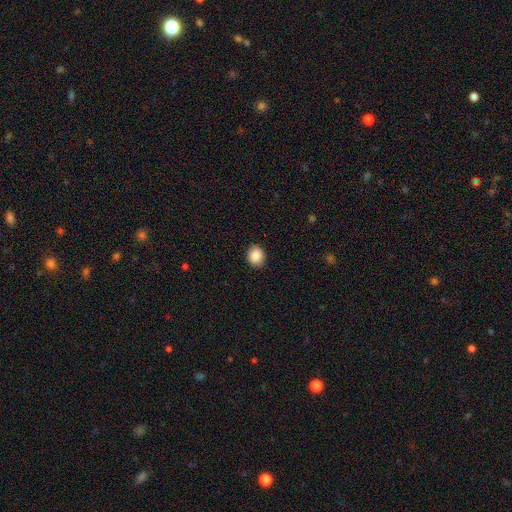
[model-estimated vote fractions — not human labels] Morphology: type=smooth (88%); roundness=round (65%); merging=none (90%).